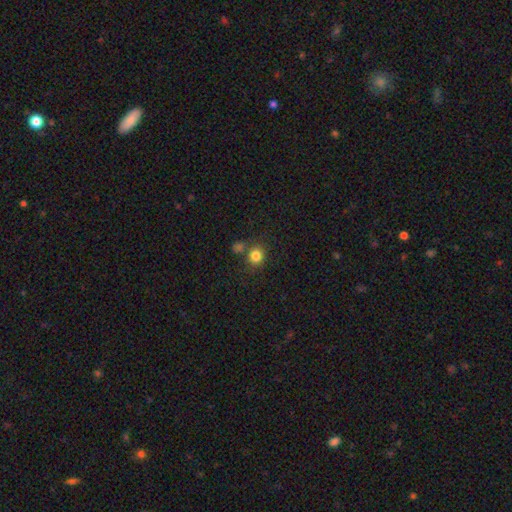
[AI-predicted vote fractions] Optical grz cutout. It shows a smooth galaxy with no disk features (82%) that is round (83%). Merging: none (69%).